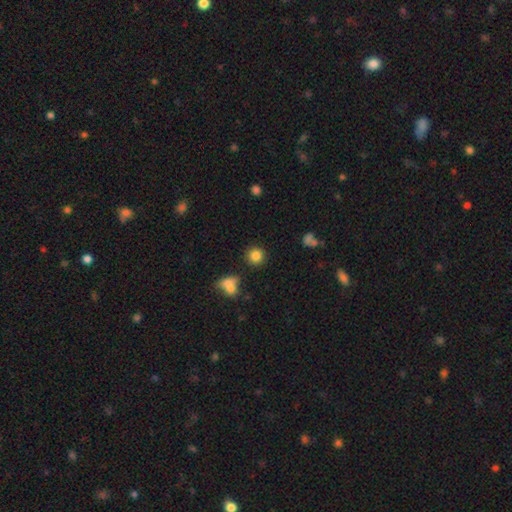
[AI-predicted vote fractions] A smooth galaxy with no disk features (83%) that is round (91%).

Vote fractions:
- Smooth or featured? smooth: 83% / star or artifact: 11% / featured or disk: 6%
- How rounded? round: 91% / in between: 8% / cigar-shaped: 1%
- Merging? none: 84% / minor disturbance: 8% / merger: 5% / major disturbance: 3%